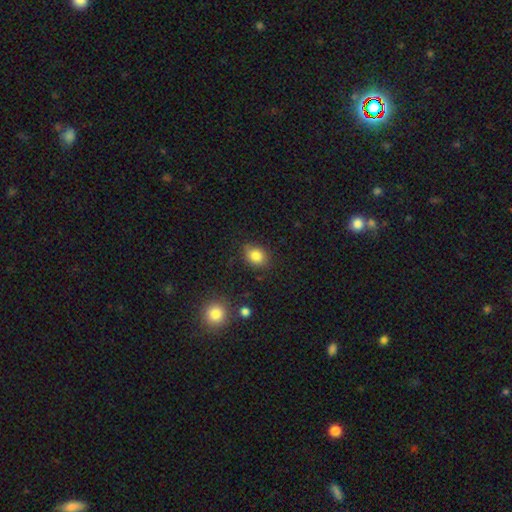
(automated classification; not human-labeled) Smooth or featured: smooth — 83% (star or artifact — 11%)
How rounded: round — 52% (in between — 47%)
Merging: none — 79% (minor disturbance — 15%)